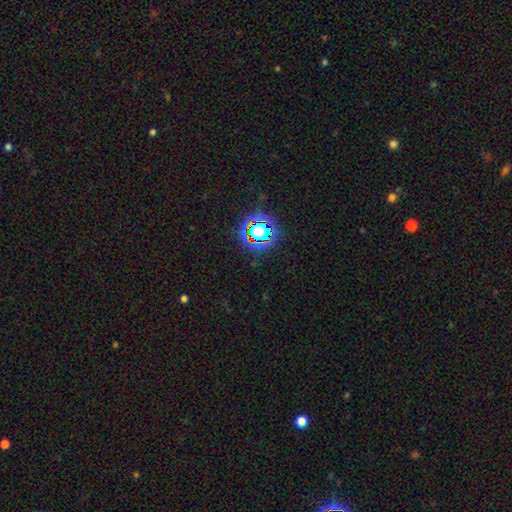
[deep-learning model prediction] Smooth or featured? star or artifact (79%)